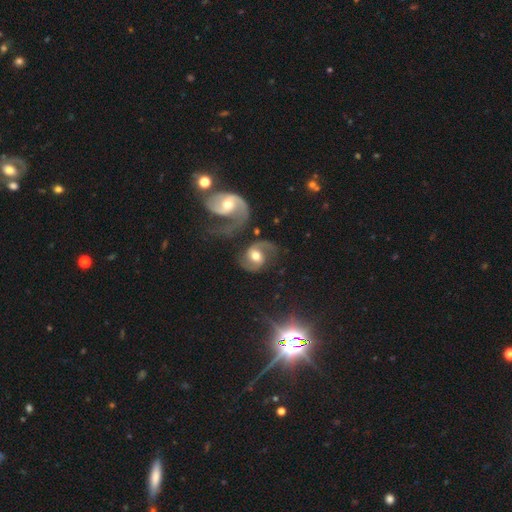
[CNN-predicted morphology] Smooth or featured? Predicted: featured or disk (p=0.82). Edge-on disk? Predicted: no (p=0.98). Bar? Predicted: no (p=0.43). Spiral arms? Predicted: yes (p=0.94). Spiral winding? Predicted: medium (p=0.54). Spiral arm count? Predicted: 2 (p=0.90). Bulge size? Predicted: moderate (p=0.70). Merging? Predicted: none (p=0.57).